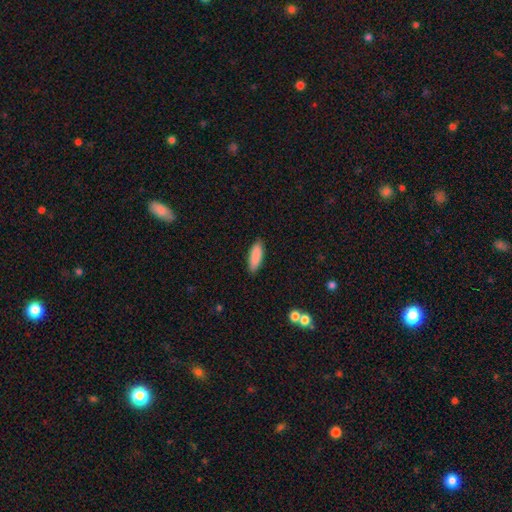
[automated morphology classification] This is clearly a smooth galaxy (89%). How rounded: possibly in between (55%). Merging: clearly none (88%).